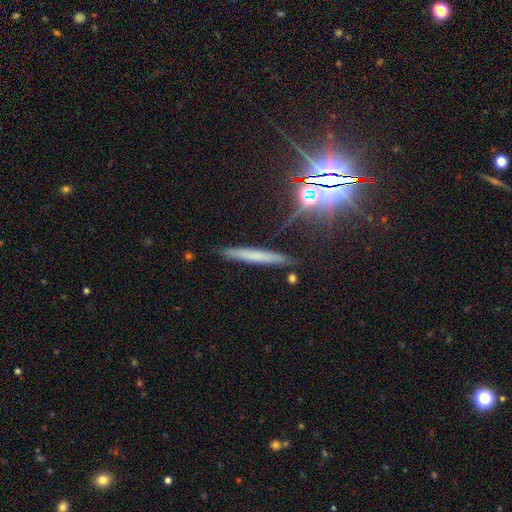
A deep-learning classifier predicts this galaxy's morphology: Smooth or featured?
  - smooth: 51% *
  - featured or disk: 29%
  - star or artifact: 19%
How rounded?
  - cigar-shaped: 94% *
  - in between: 4%
  - round: 2%
Merging?
  - none: 85% *
  - minor disturbance: 10%
  - major disturbance: 2%
  - merger: 2%